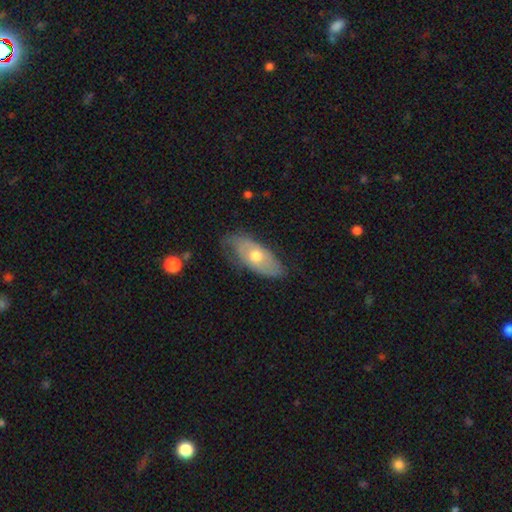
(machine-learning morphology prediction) type=featured or disk (49%); merging=none (65%).